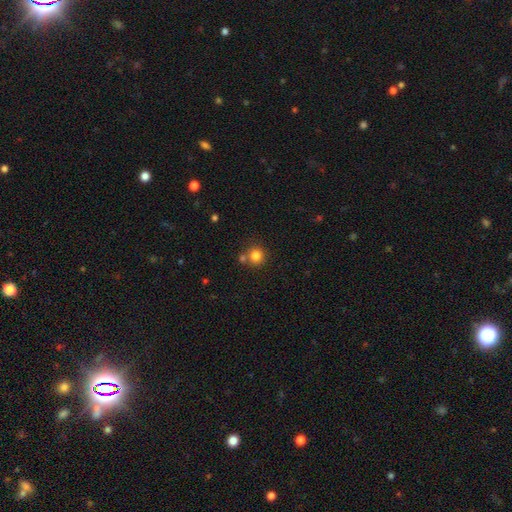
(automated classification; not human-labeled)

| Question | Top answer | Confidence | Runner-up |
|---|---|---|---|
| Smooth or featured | smooth | 82% | star or artifact (12%) |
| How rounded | round | 93% | in between (6%) |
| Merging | none | 70% | merger (19%) |